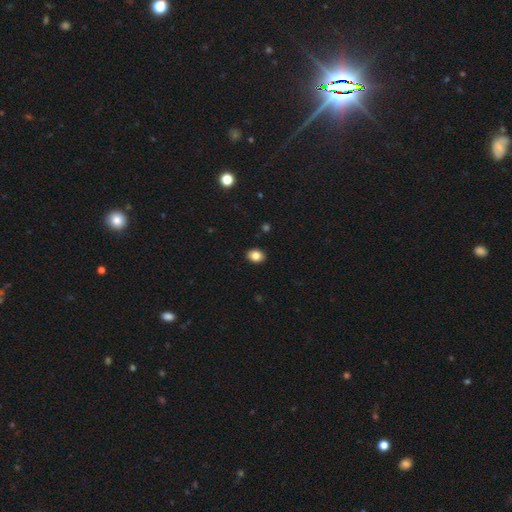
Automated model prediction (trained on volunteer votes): The model was most divided on "how rounded": in between: 61%, round: 38%, cigar-shaped: 1%. More confident: merging — none (91%); smooth or featured — smooth (85%).